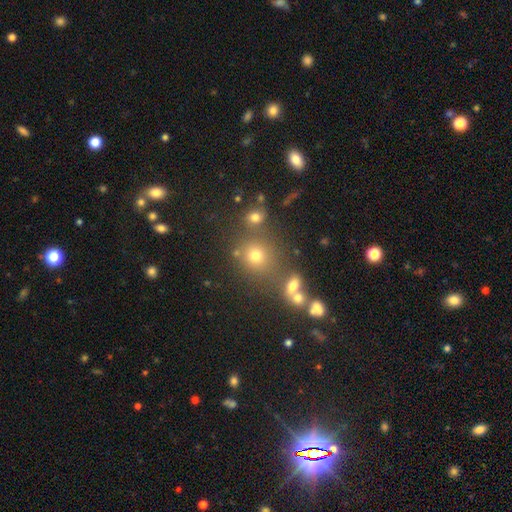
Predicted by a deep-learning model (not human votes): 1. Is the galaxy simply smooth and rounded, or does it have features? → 65% smooth, 25% star or artifact, 10% featured or disk.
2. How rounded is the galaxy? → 86% round, 13% in between, 1% cigar-shaped.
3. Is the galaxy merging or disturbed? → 69% none, 15% merger, 10% minor disturbance, 5% major disturbance.